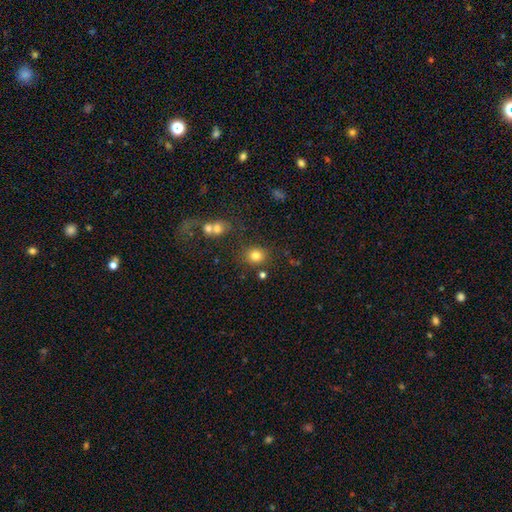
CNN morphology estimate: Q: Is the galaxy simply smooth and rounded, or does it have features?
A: smooth — 79%.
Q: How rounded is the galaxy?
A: round — 80%.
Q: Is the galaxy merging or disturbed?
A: none — 78%.